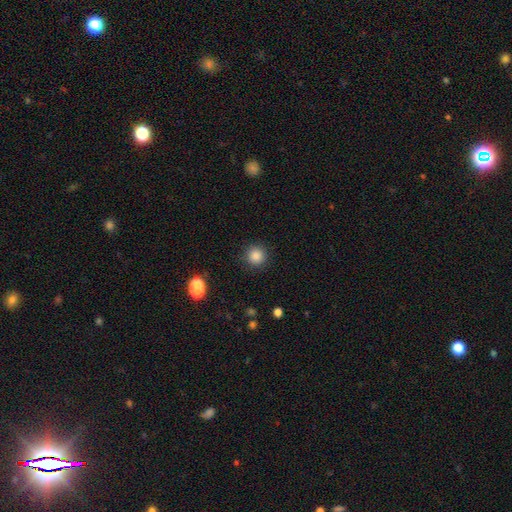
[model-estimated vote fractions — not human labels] Smooth or featured: smooth — 85% (star or artifact — 11%)
How rounded: round — 95% (in between — 5%)
Merging: none — 90% (minor disturbance — 6%)